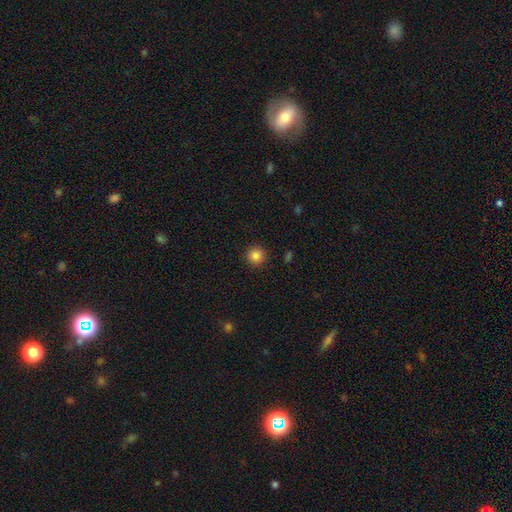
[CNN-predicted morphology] smooth_or_featured: smooth (p=0.85) [alt: star or artifact p=0.11]
how_rounded: round (p=0.95) [alt: in between p=0.04]
merging: none (p=0.91) [alt: minor disturbance p=0.05]